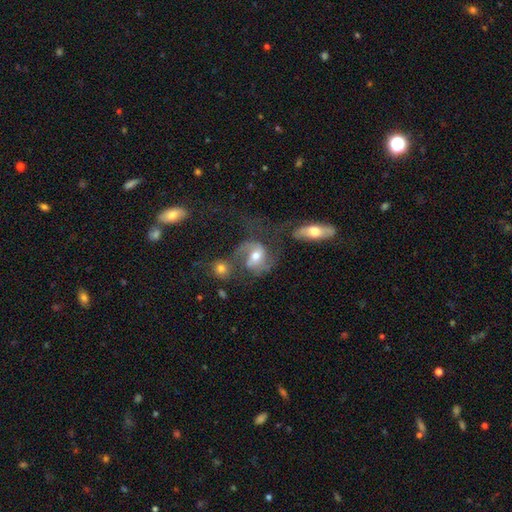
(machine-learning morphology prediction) smooth_or_featured: featured or disk (p=0.76) [alt: smooth p=0.16]
disk_edge_on: no (p=0.96) [alt: yes p=0.04]
bar: weak (p=0.43) [alt: no p=0.39]
has_spiral_arms: yes (p=0.91) [alt: no p=0.09]
spiral_winding: medium (p=0.51) [alt: loose p=0.29]
spiral_arm_count: 2 (p=0.82) [alt: can't tell p=0.08]
bulge_size: moderate (p=0.71) [alt: small p=0.18]
merging: none (p=0.38) [alt: merger p=0.28]